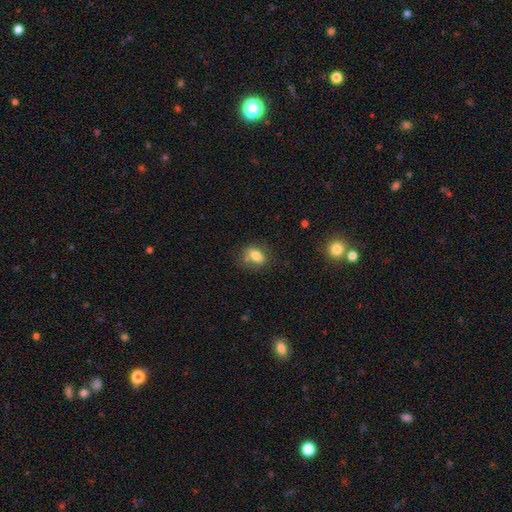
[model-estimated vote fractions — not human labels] smooth-or-featured: smooth: 73% | featured or disk: 18% | star or artifact: 9%
  how-rounded: in between: 76% | round: 21% | cigar-shaped: 4%
  merging: none: 64% | minor disturbance: 21% | merger: 9% | major disturbance: 7%